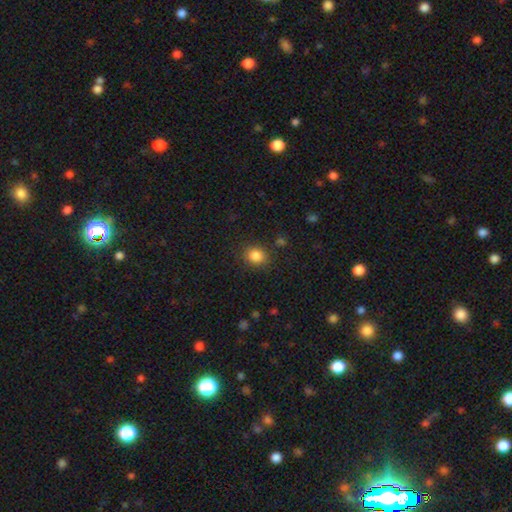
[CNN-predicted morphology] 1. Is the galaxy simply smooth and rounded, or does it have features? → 85% smooth, 11% star or artifact, 5% featured or disk.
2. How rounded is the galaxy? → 68% round, 31% in between, 1% cigar-shaped.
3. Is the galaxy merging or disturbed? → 84% none, 10% minor disturbance, 4% major disturbance, 2% merger.